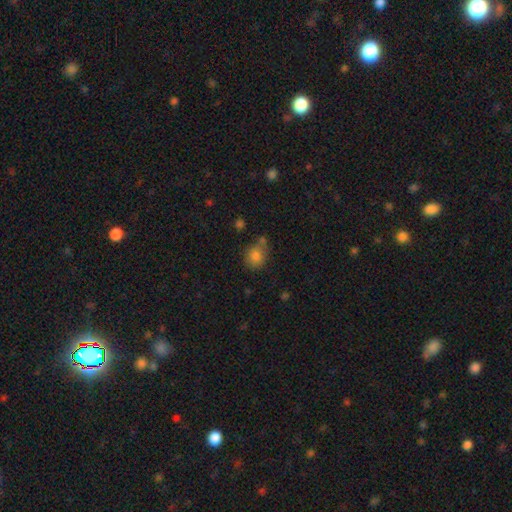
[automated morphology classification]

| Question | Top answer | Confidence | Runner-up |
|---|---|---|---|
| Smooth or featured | smooth | 80% | star or artifact (12%) |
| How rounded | round | 70% | in between (29%) |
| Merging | none | 63% | minor disturbance (17%) |